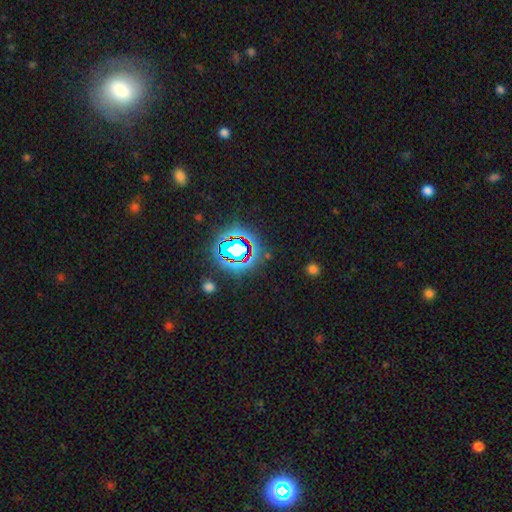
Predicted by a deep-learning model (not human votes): This is likely a star or artifact rather than a galaxy (77%).